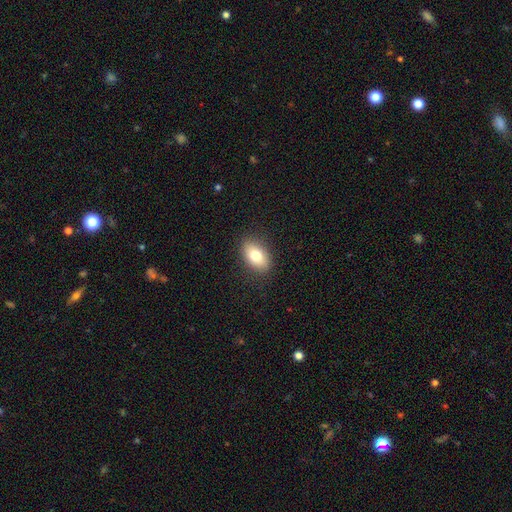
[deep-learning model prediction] Q: Smooth or featured?
A: smooth (79%); runner-up: featured or disk (13%)
Q: How rounded?
A: in between (89%); runner-up: round (9%)
Q: Merging?
A: none (87%); runner-up: minor disturbance (9%)